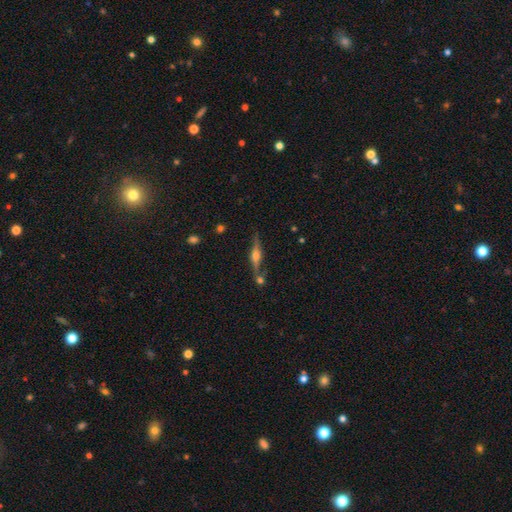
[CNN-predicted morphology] smooth-or-featured: featured or disk: 75% | smooth: 17% | star or artifact: 8%
  disk-edge-on: yes: 96% | no: 4%
    edge-on-bulge: rounded: 90% | boxy: 7% | none: 3%
  merging: none: 74% | minor disturbance: 12% | merger: 11% | major disturbance: 3%